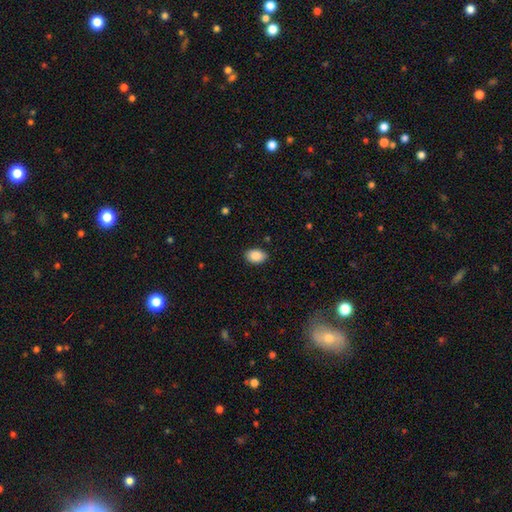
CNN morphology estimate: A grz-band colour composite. It shows a smooth galaxy with no disk features (88%) that is in between round and cigar-shaped (85%). Merging: none (87%).